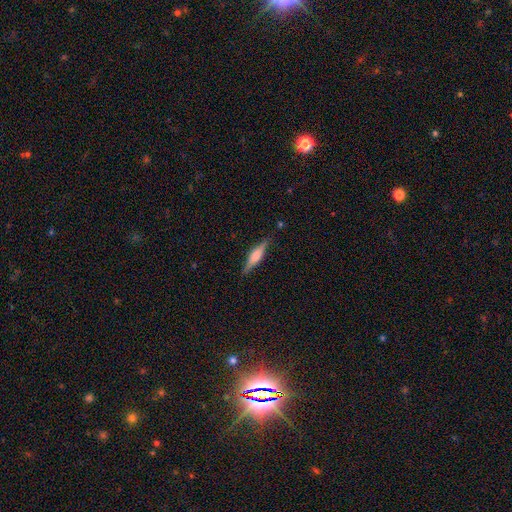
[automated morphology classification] A featured or disk galaxy (58%) viewed edge-on (96%) with a rounded central bulge (75%).

Vote fractions:
- Smooth or featured? featured or disk: 58% / smooth: 35% / star or artifact: 6%
- Edge-on disk? yes: 96% / no: 4%
- Edge-on bulge? rounded: 75% / boxy: 19% / none: 7%
- Merging? none: 87% / minor disturbance: 10% / major disturbance: 2% / merger: 1%